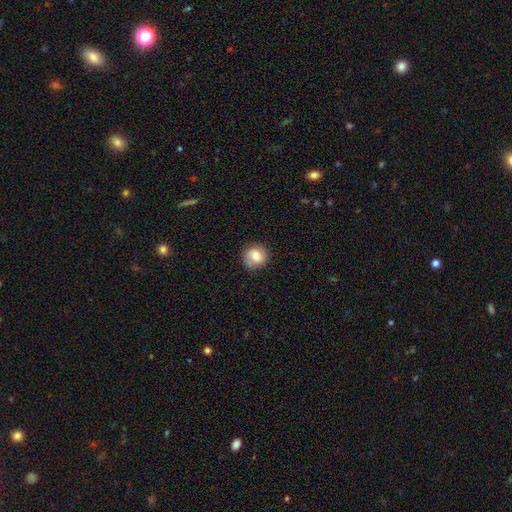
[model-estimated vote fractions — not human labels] Morphology: type=smooth (67%); roundness=round (84%); merging=none (77%).